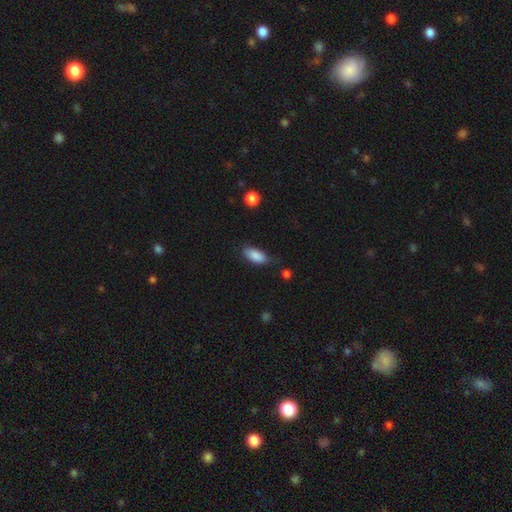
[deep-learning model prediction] smooth_or_featured: smooth (p=0.87) [alt: star or artifact p=0.07]
how_rounded: in between (p=0.86) [alt: cigar-shaped p=0.12]
merging: none (p=0.69) [alt: minor disturbance p=0.23]